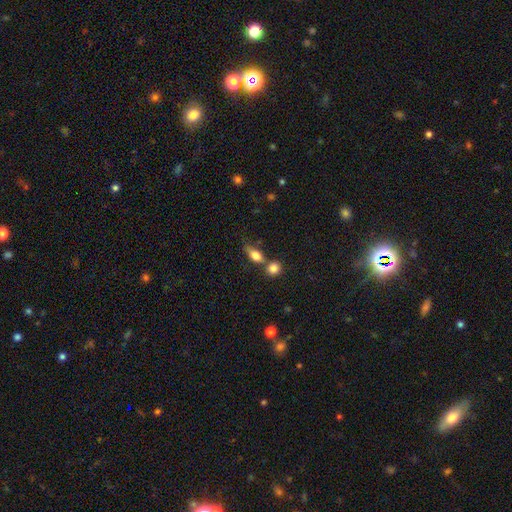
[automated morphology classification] The model was most divided on "merging": none: 43%, merger: 33%, minor disturbance: 17%, major disturbance: 7%. More confident: smooth or featured — smooth (75%); how rounded — in between (71%).